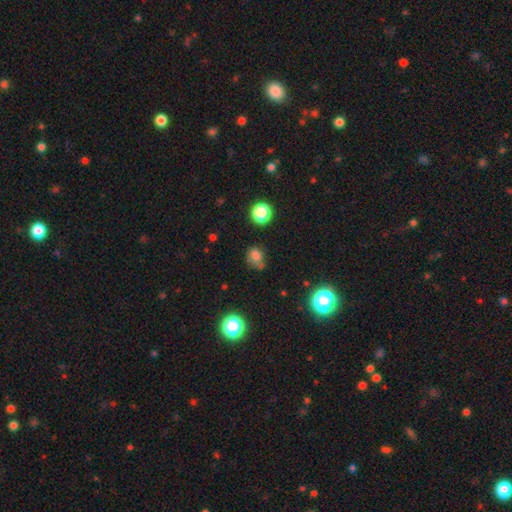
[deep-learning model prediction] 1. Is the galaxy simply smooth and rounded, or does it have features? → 73% smooth, 20% star or artifact, 8% featured or disk.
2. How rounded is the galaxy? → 59% round, 40% in between, 1% cigar-shaped.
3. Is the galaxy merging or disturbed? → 58% none, 24% minor disturbance, 10% merger, 8% major disturbance.